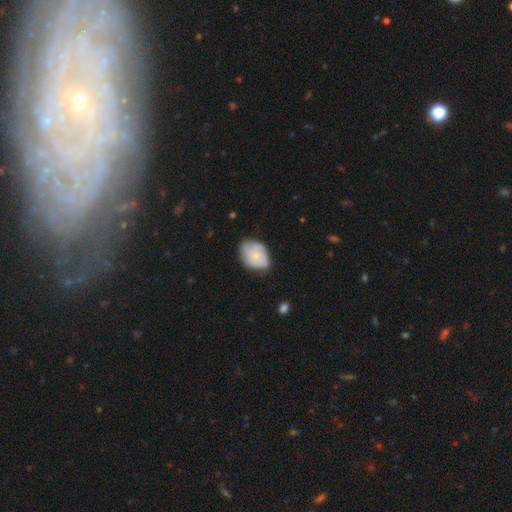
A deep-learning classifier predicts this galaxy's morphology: Smooth or featured? Predicted: smooth (p=0.56). How rounded? Predicted: in between (p=0.74). Merging? Predicted: none (p=0.60).